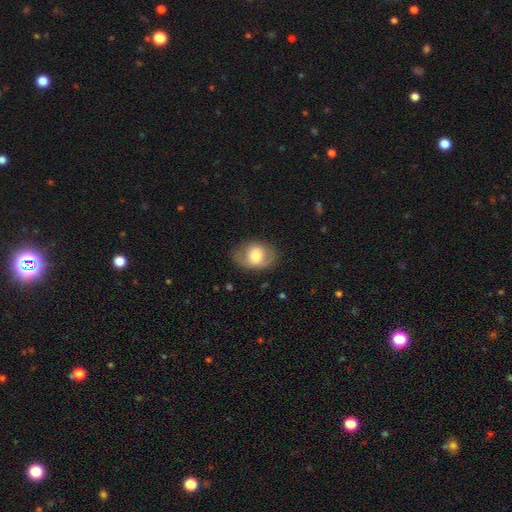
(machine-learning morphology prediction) A smooth galaxy with no disk features (63%) that is in between round and cigar-shaped (66%).

Vote fractions:
- Smooth or featured? smooth: 63% / featured or disk: 30% / star or artifact: 7%
- How rounded? in between: 66% / round: 33% / cigar-shaped: 1%
- Merging? none: 71% / minor disturbance: 19% / major disturbance: 9% / merger: 1%